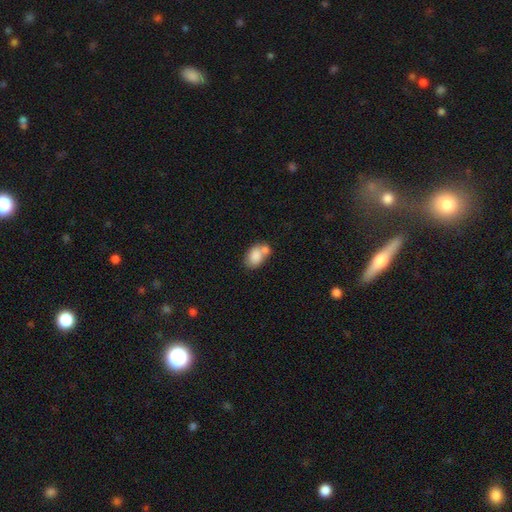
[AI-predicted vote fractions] Smooth or featured: smooth — 80% (featured or disk — 12%)
How rounded: in between — 79% (round — 20%)
Merging: merger — 49% (none — 34%)